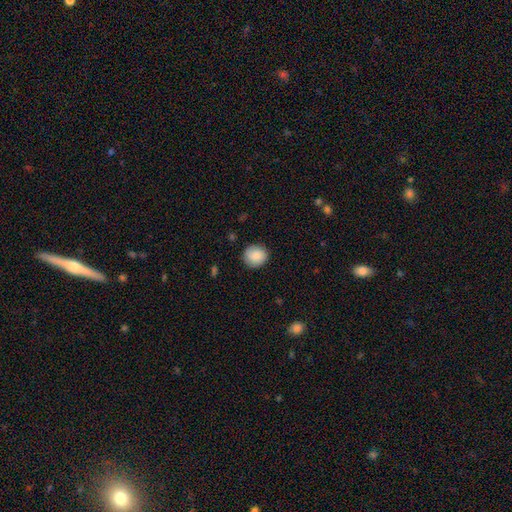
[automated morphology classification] A smooth galaxy with no disk features (87%) that is round (89%). Merging: none (88%).